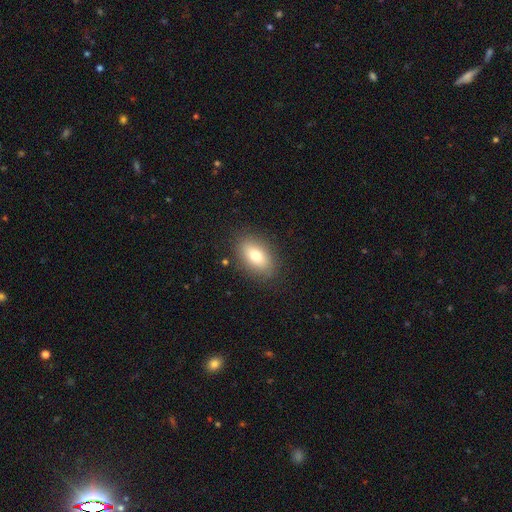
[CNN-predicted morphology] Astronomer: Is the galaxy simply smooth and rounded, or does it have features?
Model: smooth — 77%.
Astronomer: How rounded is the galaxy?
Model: in between — 88%.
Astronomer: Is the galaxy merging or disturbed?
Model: none — 86%.